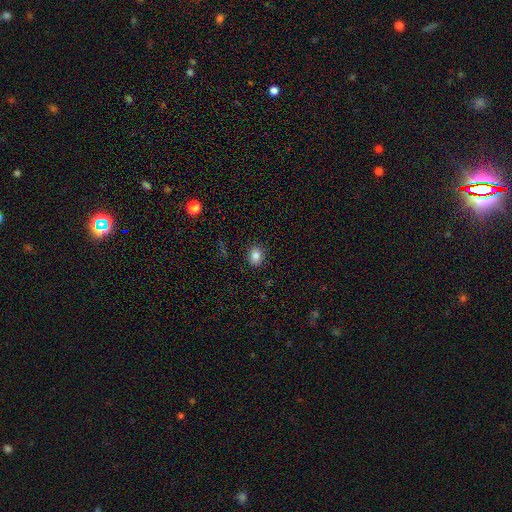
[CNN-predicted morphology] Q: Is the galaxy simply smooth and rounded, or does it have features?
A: smooth — 83%.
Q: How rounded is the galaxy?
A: round — 55%.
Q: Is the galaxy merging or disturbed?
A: none — 88%.